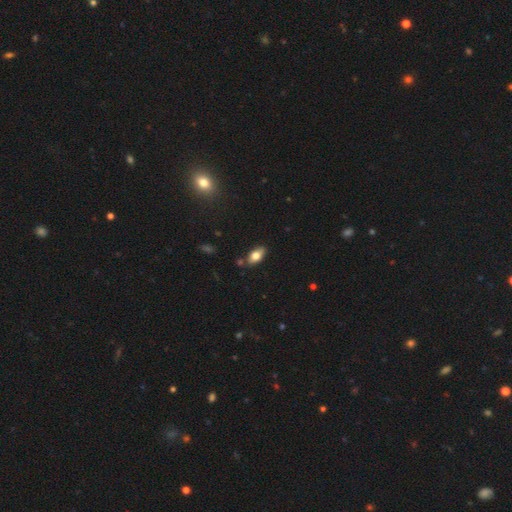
Morphology: type=smooth (69%); roundness=in between (85%); merging=none (71%).